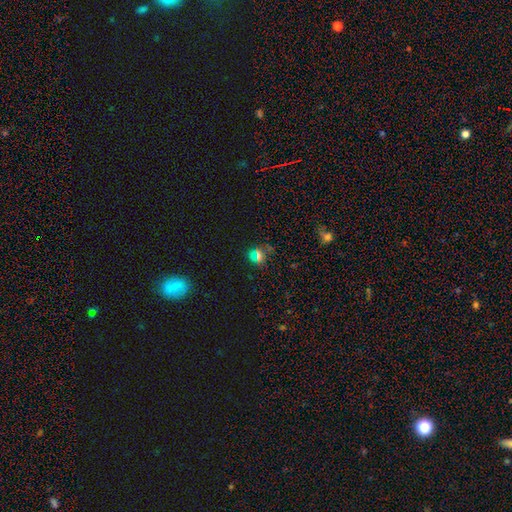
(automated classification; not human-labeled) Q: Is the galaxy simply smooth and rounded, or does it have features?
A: smooth — 51%.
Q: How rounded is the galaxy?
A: round — 71%.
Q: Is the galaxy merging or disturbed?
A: none — 78%.